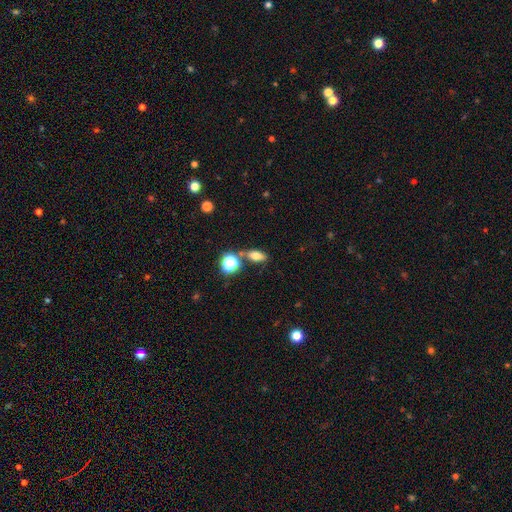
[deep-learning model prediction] Morphology: type=smooth (67%); roundness=in between (67%); merging=none (72%).